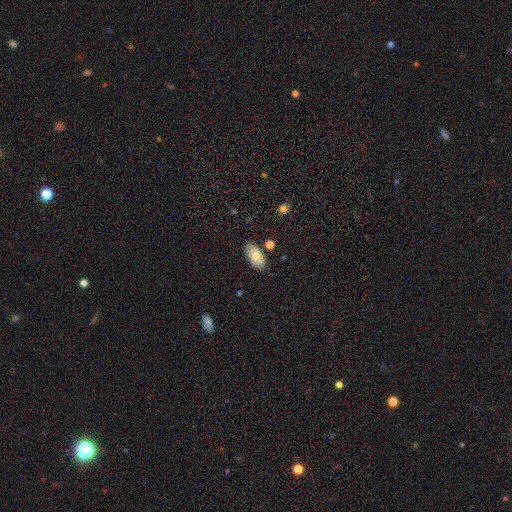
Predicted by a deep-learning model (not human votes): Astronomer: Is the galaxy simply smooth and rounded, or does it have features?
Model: smooth — 80%.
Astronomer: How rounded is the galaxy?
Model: in between — 94%.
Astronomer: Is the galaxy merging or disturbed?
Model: none — 82%.